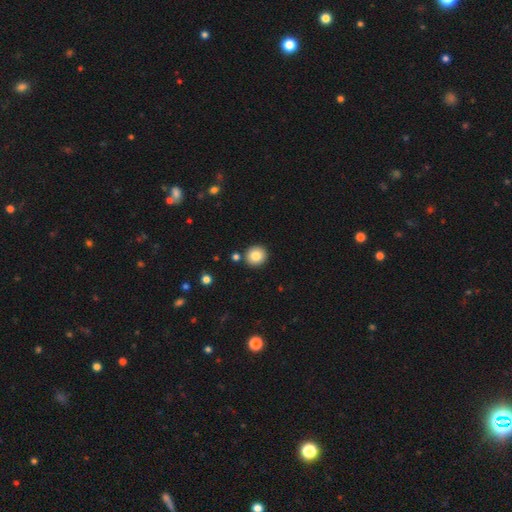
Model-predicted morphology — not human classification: Smooth or featured? smooth (83%)
How rounded? round (90%)
Merging? none (87%)